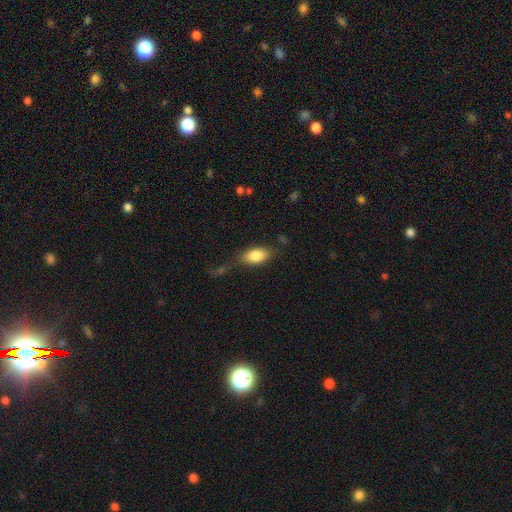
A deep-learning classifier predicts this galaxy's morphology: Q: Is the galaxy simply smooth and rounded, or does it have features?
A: smooth — 82%.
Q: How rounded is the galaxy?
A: in between — 89%.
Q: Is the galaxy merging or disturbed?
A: none — 62%.